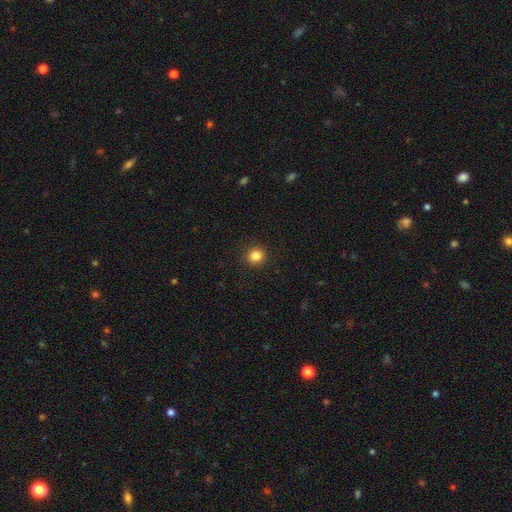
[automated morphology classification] This appears to be a smooth galaxy with no disk features (85%) that is round (92%). Merging: none (92%).